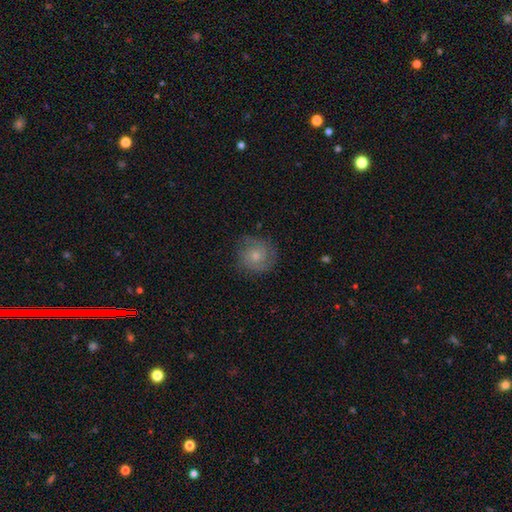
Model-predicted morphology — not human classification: Smooth or featured? Predicted: featured or disk (p=0.49). Merging? Predicted: none (p=0.78).